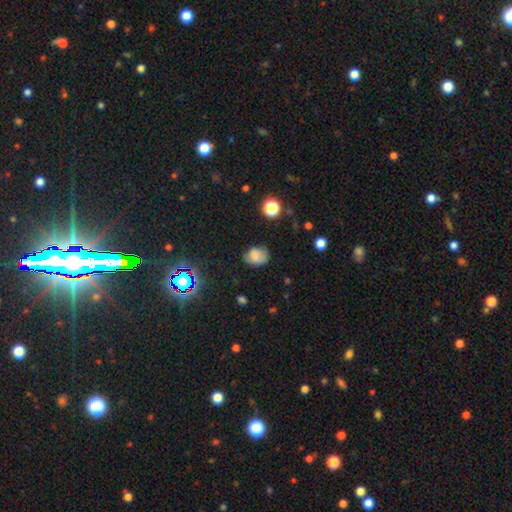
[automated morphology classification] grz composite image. It shows a smooth galaxy with no disk features (73%) that is in between round and cigar-shaped (55%). Merging: none (64%).